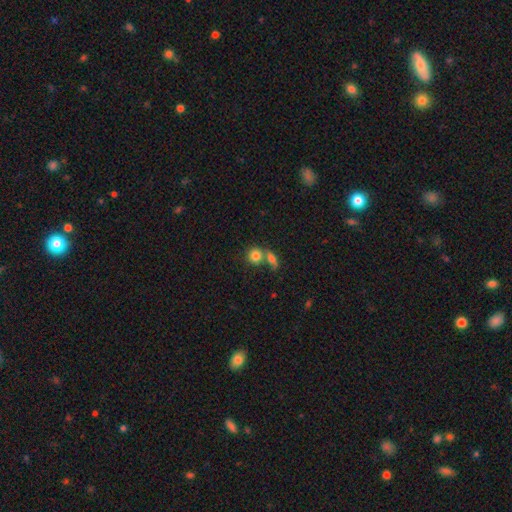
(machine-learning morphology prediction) The model was most divided on "merging": merger: 45%, none: 41%, minor disturbance: 9%, major disturbance: 4%. More confident: smooth or featured — smooth (81%); how rounded — round (74%).